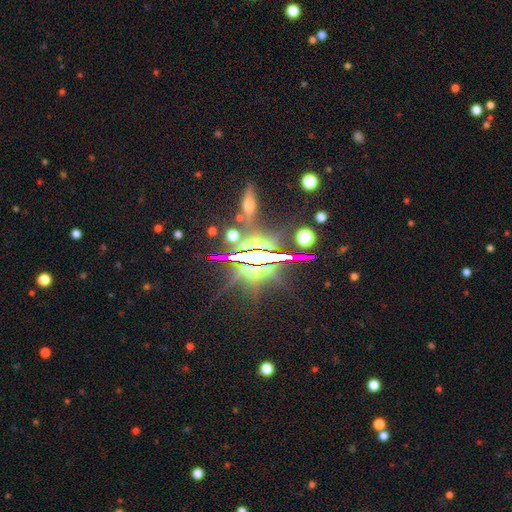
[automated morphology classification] This is clearly a star or artifact rather than a galaxy (81%).